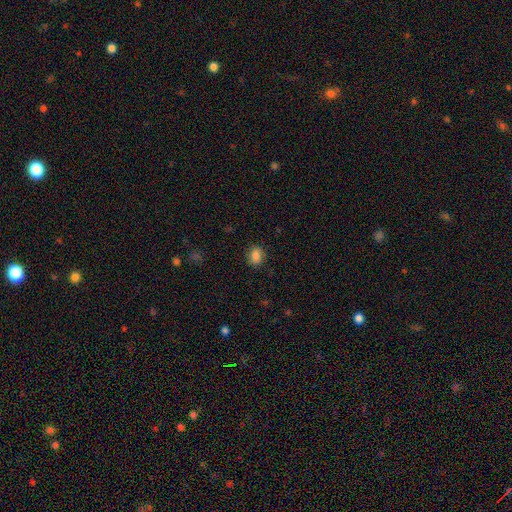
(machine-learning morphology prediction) Smooth or featured?
  - smooth: 83% *
  - star or artifact: 10%
  - featured or disk: 7%
How rounded?
  - in between: 60% *
  - round: 38%
  - cigar-shaped: 2%
Merging?
  - none: 83% *
  - minor disturbance: 12%
  - major disturbance: 3%
  - merger: 1%